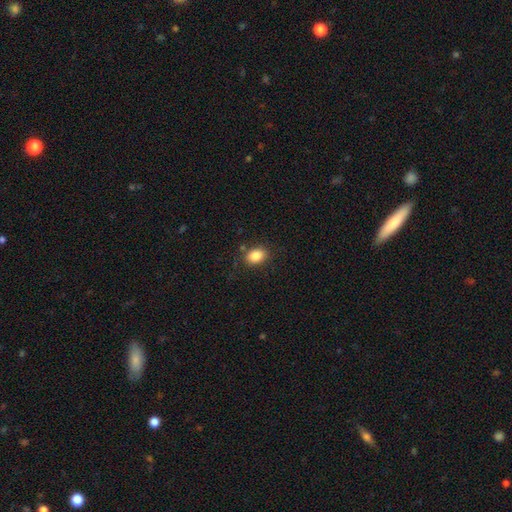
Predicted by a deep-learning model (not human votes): This appears to be a smooth galaxy with no disk features (86%) that is in between round and cigar-shaped (75%). Merging: none (82%).